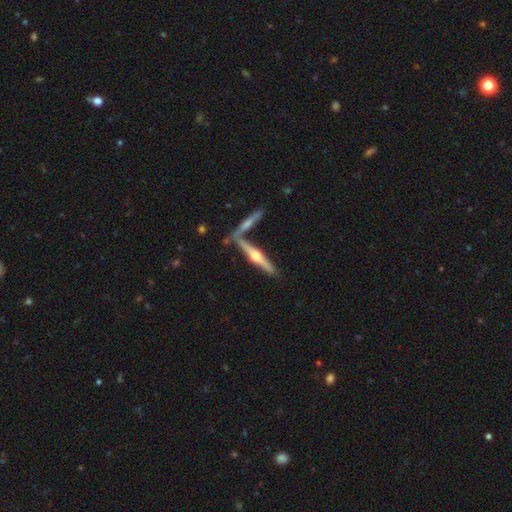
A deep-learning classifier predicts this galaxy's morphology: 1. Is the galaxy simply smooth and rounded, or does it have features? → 75% featured or disk, 19% smooth, 6% star or artifact.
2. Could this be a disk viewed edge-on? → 97% yes, 3% no.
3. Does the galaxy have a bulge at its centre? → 93% rounded, 4% none, 3% boxy.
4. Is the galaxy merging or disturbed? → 65% none, 23% merger, 9% minor disturbance, 3% major disturbance.